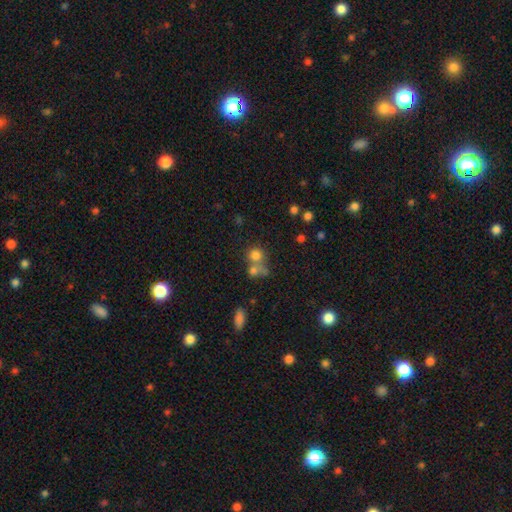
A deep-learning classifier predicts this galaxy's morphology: This is likely a smooth galaxy (76%). How rounded: clearly round (82%). Merging: marginally none (45%).